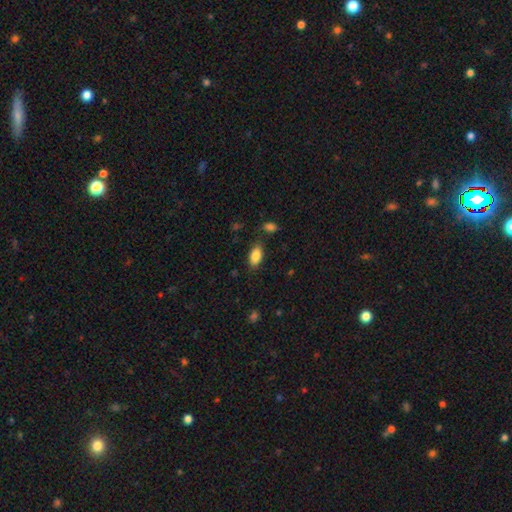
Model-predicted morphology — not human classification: smooth-or-featured: smooth: 86% | star or artifact: 7% | featured or disk: 7%
  how-rounded: in between: 90% | cigar-shaped: 6% | round: 4%
  merging: none: 80% | minor disturbance: 13% | major disturbance: 4% | merger: 3%